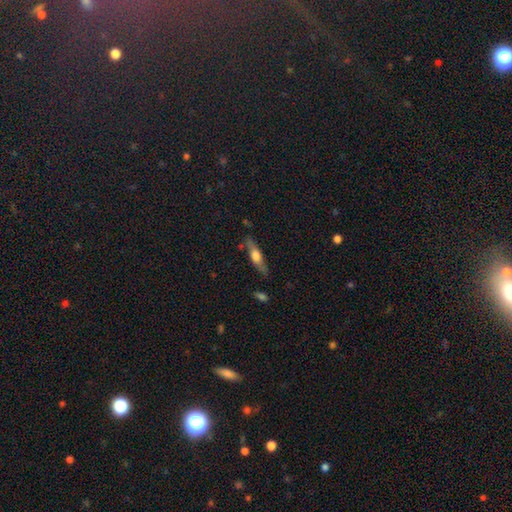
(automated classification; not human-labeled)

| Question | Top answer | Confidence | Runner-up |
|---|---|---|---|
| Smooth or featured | featured or disk | 51% | smooth (43%) |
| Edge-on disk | yes | 87% | no (13%) |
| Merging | none | 77% | minor disturbance (16%) |